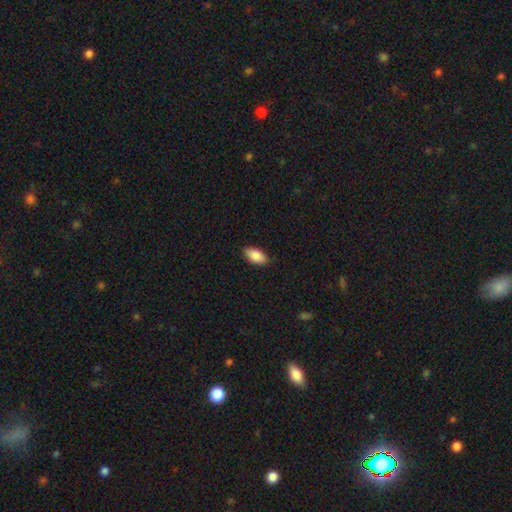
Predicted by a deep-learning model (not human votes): This appears to be a smooth galaxy with no disk features (87%) that is in between round and cigar-shaped (93%). Merging: none (87%).